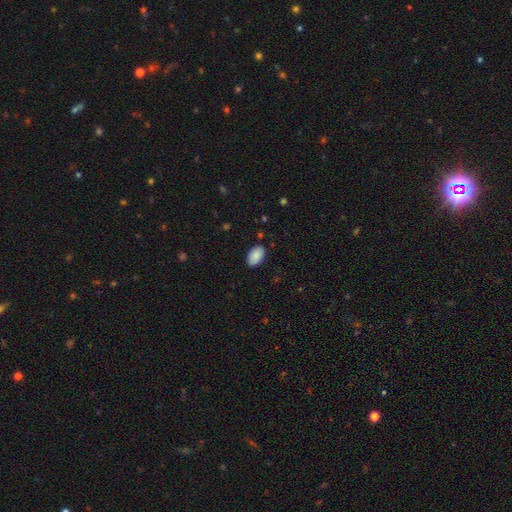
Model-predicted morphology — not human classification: smooth 89%, star or artifact 7%, featured or disk 4%. Down the decision tree: how rounded — in between (93%); merging — none (87%).